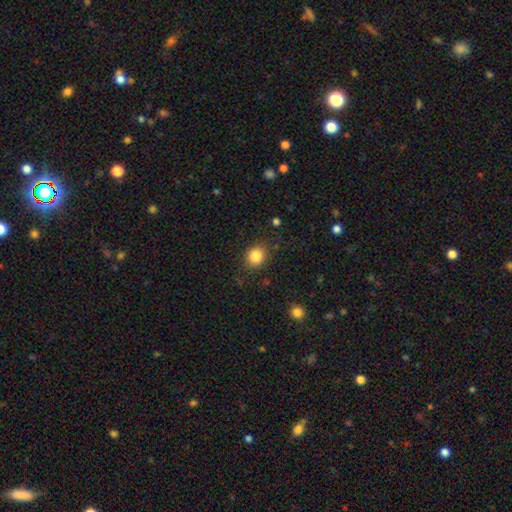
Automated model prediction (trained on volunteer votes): This appears to be a smooth galaxy with no disk features (85%) that is round (76%). Merging: none (81%).